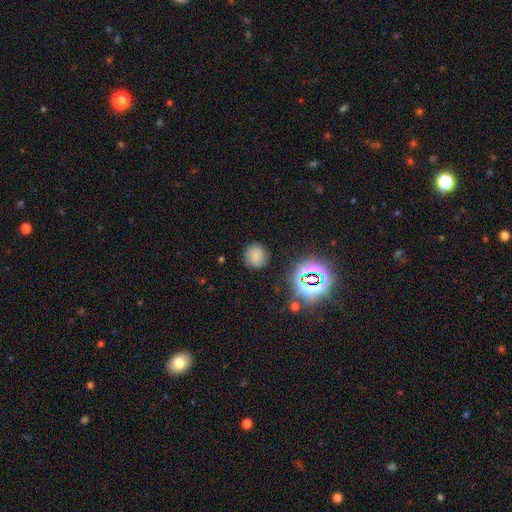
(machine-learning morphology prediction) Smooth or featured: smooth — 73% (star or artifact — 19%)
How rounded: round — 89% (in between — 10%)
Merging: none — 84% (minor disturbance — 10%)